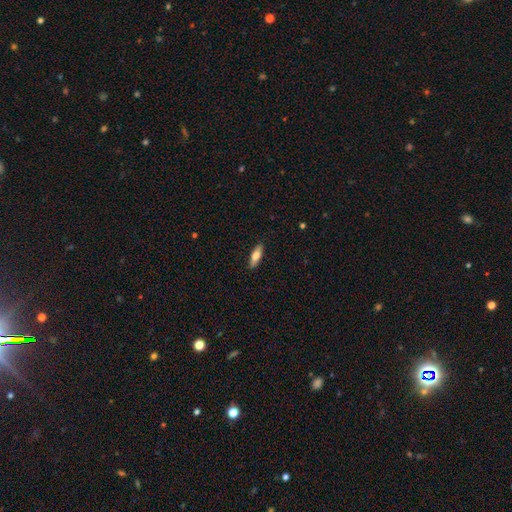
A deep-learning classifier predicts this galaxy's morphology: smooth-or-featured: smooth: 70% | featured or disk: 24% | star or artifact: 6%
  how-rounded: cigar-shaped: 49% (tied) | in between: 49% (tied) | round: 2%
  merging: none: 88% | minor disturbance: 9% | major disturbance: 2% | merger: 1%